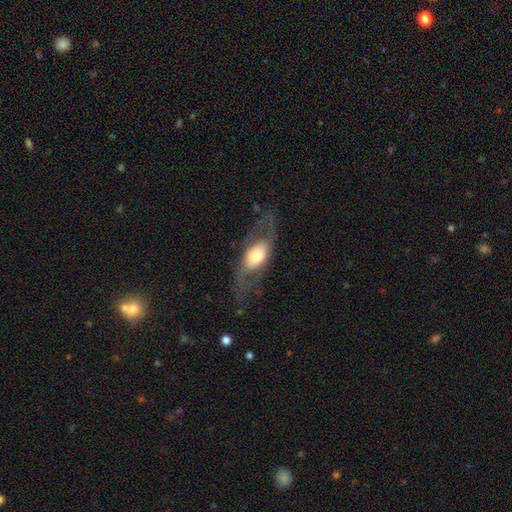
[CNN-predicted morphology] A featured or disk galaxy (57%).

Vote fractions:
- Smooth or featured? featured or disk: 57% / smooth: 37% / star or artifact: 6%
- Edge-on disk? no: 78% / yes: 22%
- Merging? none: 64% / major disturbance: 17% / minor disturbance: 17% / merger: 2%